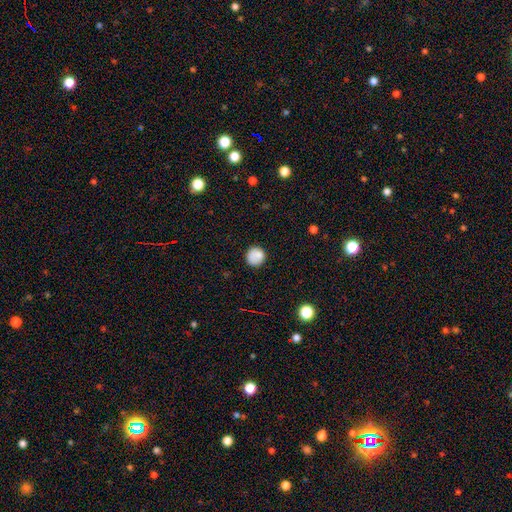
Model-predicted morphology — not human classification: smooth 82%, featured or disk 9%, star or artifact 9%. Down the decision tree: how rounded — round (90%); merging — none (79%).